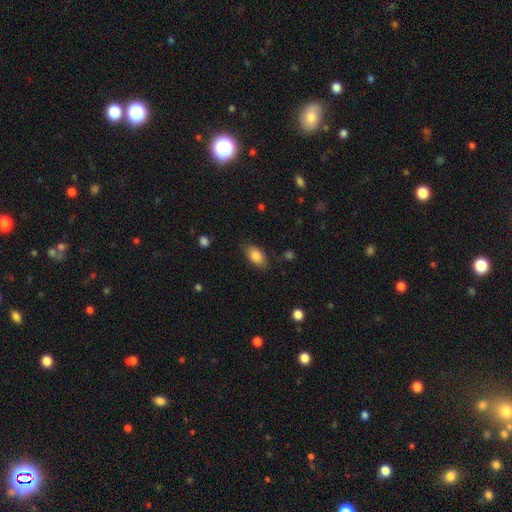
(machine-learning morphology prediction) smooth_or_featured: smooth (p=0.85) [alt: featured or disk p=0.08]
how_rounded: in between (p=0.90) [alt: round p=0.07]
merging: none (p=0.81) [alt: minor disturbance p=0.14]